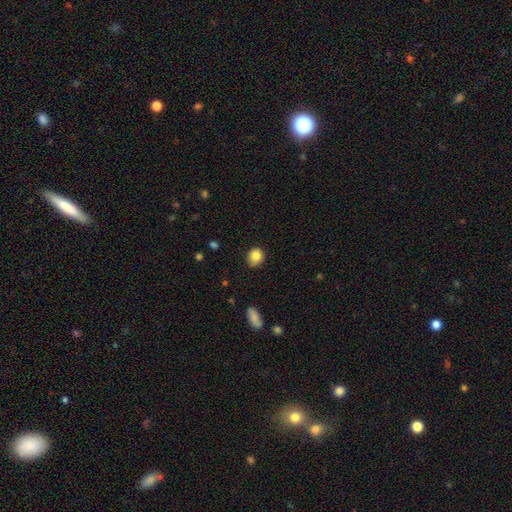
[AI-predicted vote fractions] smooth-or-featured: smooth: 86% | star or artifact: 9% | featured or disk: 5%
  how-rounded: round: 76% | in between: 23% | cigar-shaped: 1%
  merging: none: 79% | minor disturbance: 16% | major disturbance: 3% | merger: 1%